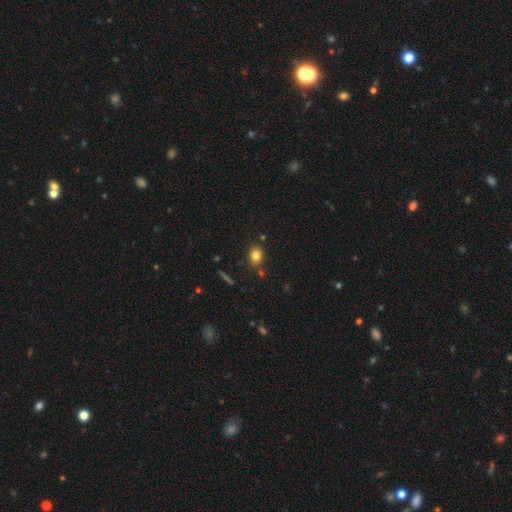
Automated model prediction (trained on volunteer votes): Smooth or featured? Predicted: smooth (p=0.81). How rounded? Predicted: in between (p=0.54). Merging? Predicted: none (p=0.79).